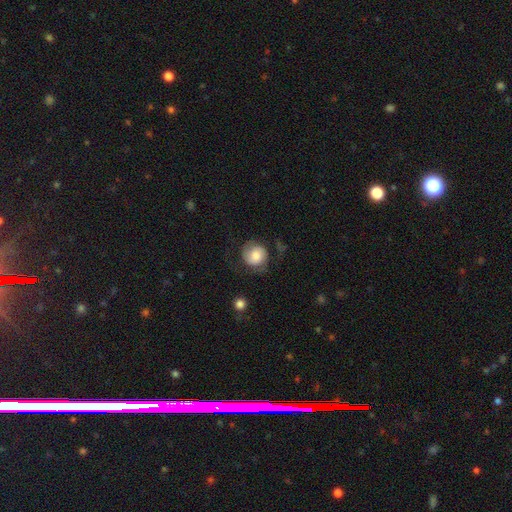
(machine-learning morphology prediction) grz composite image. It shows a smooth galaxy with no disk features (51%) that is round (84%). Merging: none (63%).